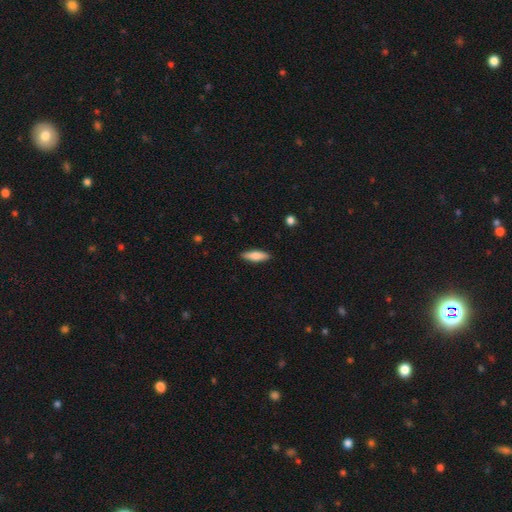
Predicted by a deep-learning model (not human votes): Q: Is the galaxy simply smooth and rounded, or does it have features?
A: smooth — 79%.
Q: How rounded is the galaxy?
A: in between — 50%.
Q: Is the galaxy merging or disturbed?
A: none — 89%.